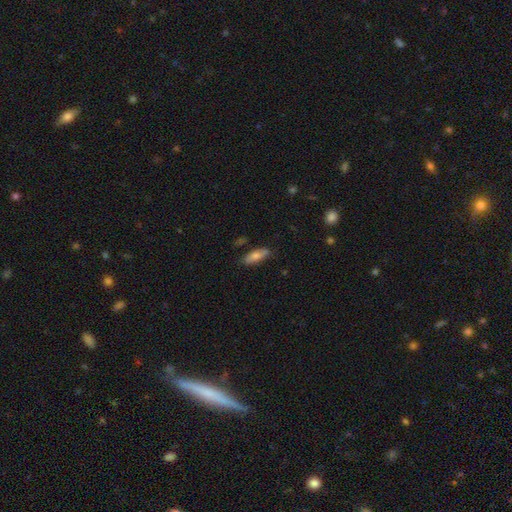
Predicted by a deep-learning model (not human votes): This is likely a smooth galaxy (72%). How rounded: likely in between (60%). Merging: likely none (78%).